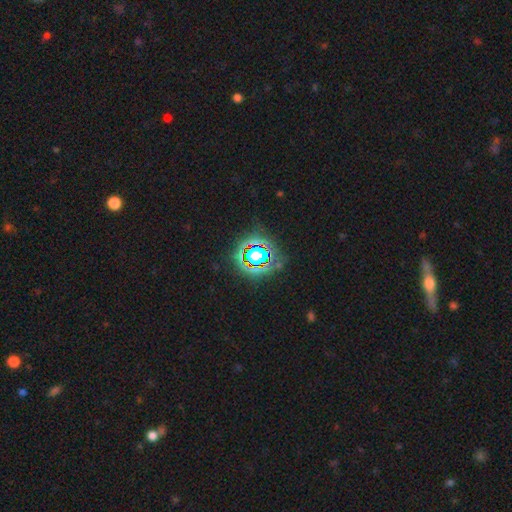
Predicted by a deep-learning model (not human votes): Morphology: type=star or artifact (64%).